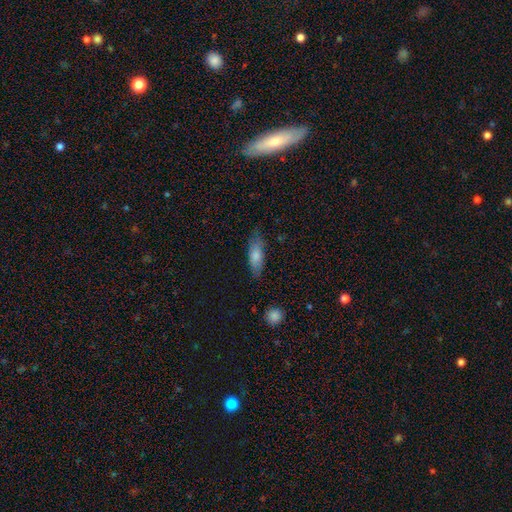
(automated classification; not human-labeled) A smooth galaxy with no disk features (78%) that is in between round and cigar-shaped (65%). Merging: none (73%).